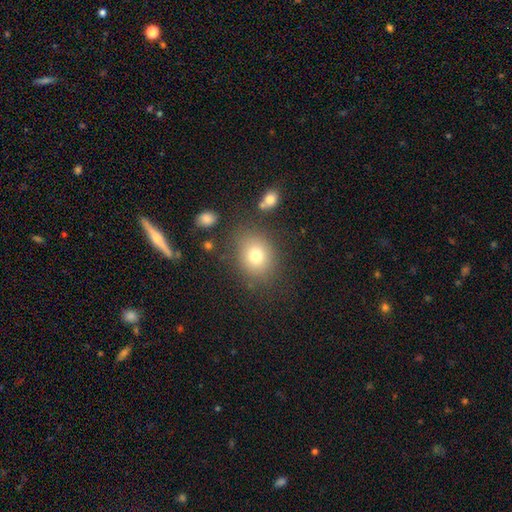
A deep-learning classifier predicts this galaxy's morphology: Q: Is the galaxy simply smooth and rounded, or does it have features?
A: smooth — 76%.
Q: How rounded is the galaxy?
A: round — 53%.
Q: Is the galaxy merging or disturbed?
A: none — 79%.